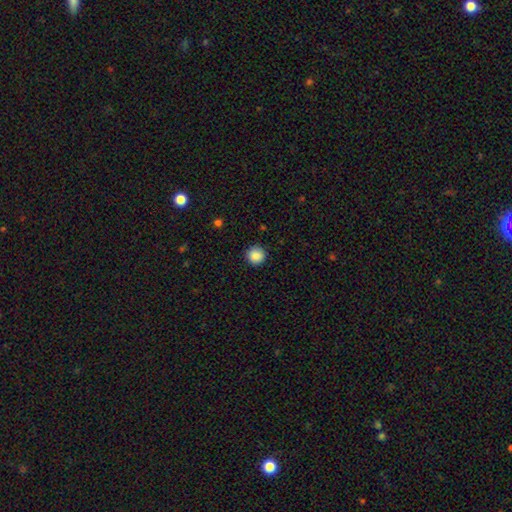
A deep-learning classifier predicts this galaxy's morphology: Overall: smooth (88%). How rounded: round (95%). Merging: none (90%).